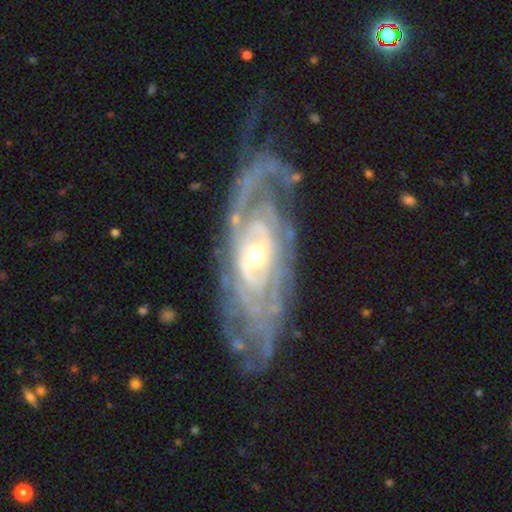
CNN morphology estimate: Smooth or featured?
  - featured or disk: 89% *
  - smooth: 6%
  - star or artifact: 5%
Edge-on disk?
  - no: 91% *
  - yes: 9%
Bar?
  - no: 57% *
  - weak: 28%
  - strong: 14%
Spiral arms?
  - yes: 94% *
  - no: 6%
Spiral winding?
  - tight: 71% *
  - medium: 23%
  - loose: 6%
Spiral arm count?
  - can't tell: 38% *
  - 2: 24%
  - 3: 13%
  - 4: 9%
  - more than 4: 8%
  - 1: 6%
Bulge size?
  - moderate: 49% *
  - small: 46%
  - large: 3%
  - dominant: 1%
  - none: 1%
Merging?
  - none: 66% *
  - minor disturbance: 19%
  - major disturbance: 13%
  - merger: 2%